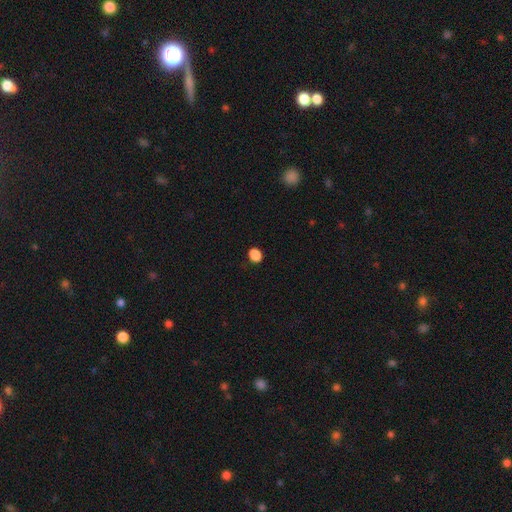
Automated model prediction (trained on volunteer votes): Q: Smooth or featured?
A: smooth (88%); runner-up: star or artifact (10%)
Q: How rounded?
A: in between (54%); runner-up: round (45%)
Q: Merging?
A: none (88%); runner-up: minor disturbance (9%)